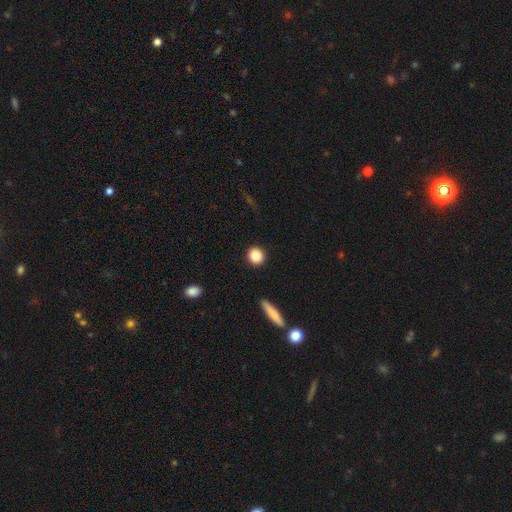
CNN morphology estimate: type=smooth (86%); roundness=round (90%); merging=none (92%).